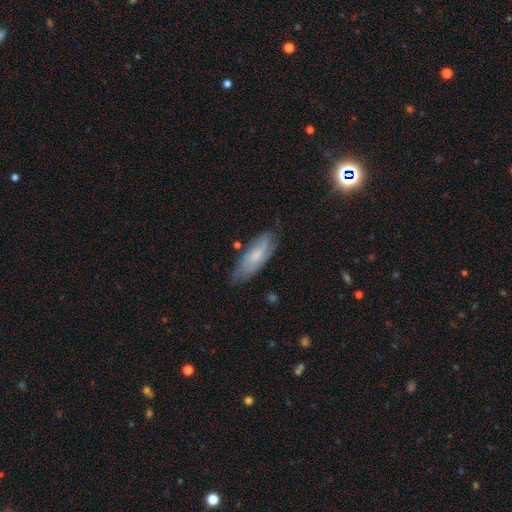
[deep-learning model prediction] smooth_or_featured: smooth (p=0.51) [alt: featured or disk p=0.42]
how_rounded: in between (p=0.68) [alt: cigar-shaped p=0.30]
merging: none (p=0.66) [alt: minor disturbance p=0.25]